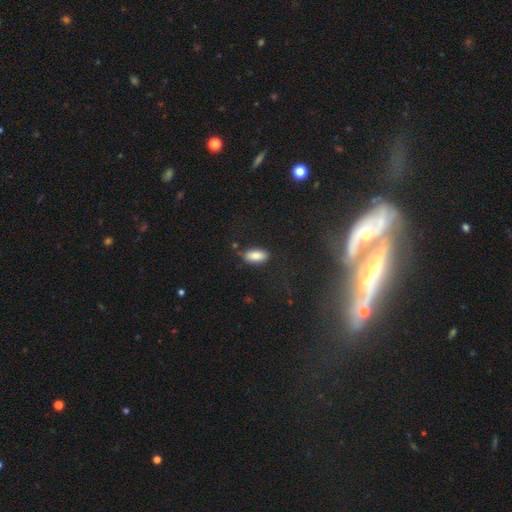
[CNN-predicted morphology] Smooth or featured: smooth — 85% (star or artifact — 8%)
How rounded: in between — 90% (cigar-shaped — 7%)
Merging: none — 76% (minor disturbance — 17%)